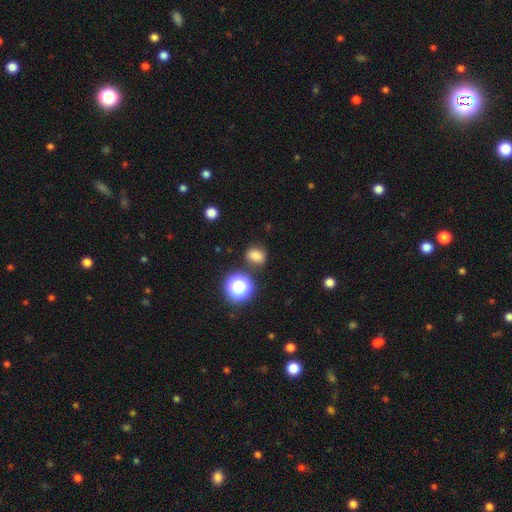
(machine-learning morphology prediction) A smooth galaxy with no disk features (77%) that is round (53%).

Vote fractions:
- Smooth or featured? smooth: 77% / star or artifact: 17% / featured or disk: 7%
- How rounded? round: 53% / in between: 46% / cigar-shaped: 1%
- Merging? none: 79% / minor disturbance: 12% / merger: 5% / major disturbance: 4%